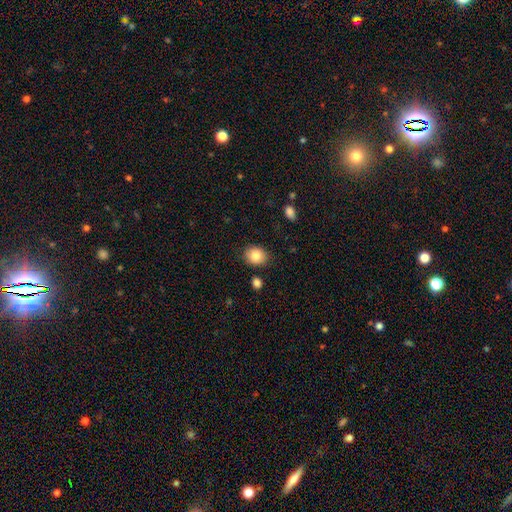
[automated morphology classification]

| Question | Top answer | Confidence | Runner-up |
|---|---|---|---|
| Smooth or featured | smooth | 85% | star or artifact (8%) |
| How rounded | round | 58% | in between (41%) |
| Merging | none | 84% | minor disturbance (11%) |